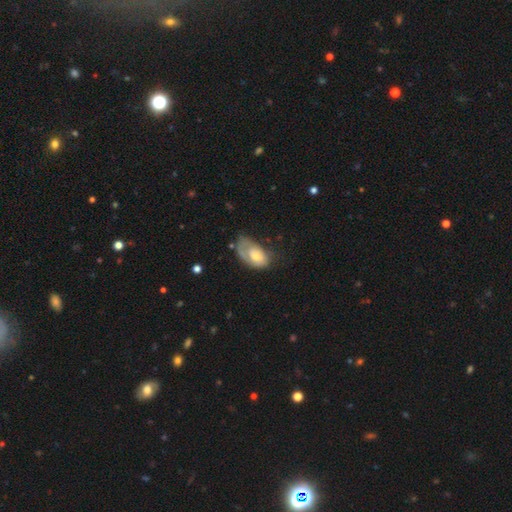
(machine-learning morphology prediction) Q: Smooth or featured?
A: smooth (52%); runner-up: featured or disk (42%)
Q: How rounded?
A: in between (91%); runner-up: round (7%)
Q: Merging?
A: none (35%); runner-up: minor disturbance (31%)